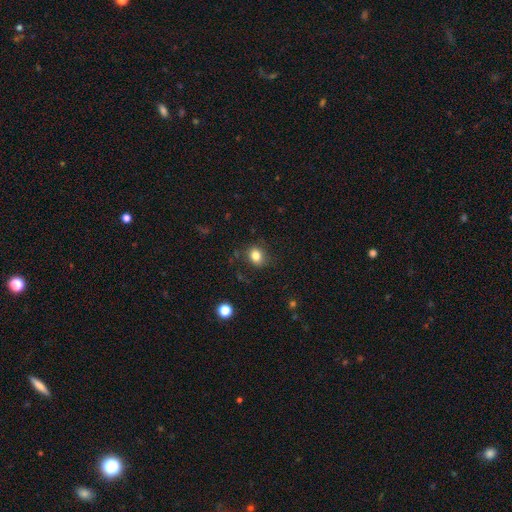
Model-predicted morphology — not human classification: This appears to be a smooth galaxy with no disk features (82%) that is round (56%). Merging: none (81%).